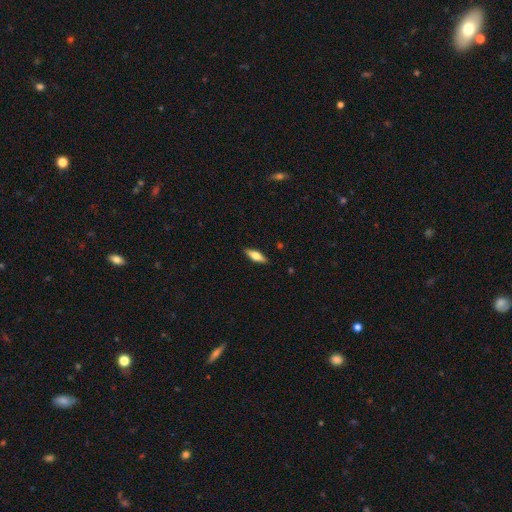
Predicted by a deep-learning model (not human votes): smooth 58%, featured or disk 35%, star or artifact 6%. Down the decision tree: how rounded — in between (54%); merging — none (88%).